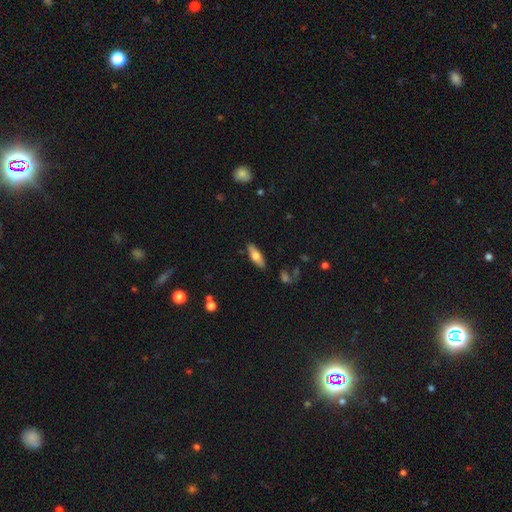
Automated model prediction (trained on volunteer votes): Smooth or featured?
  - smooth: 66% *
  - featured or disk: 27%
  - star or artifact: 6%
How rounded?
  - in between: 61% *
  - cigar-shaped: 36%
  - round: 2%
Merging?
  - none: 86% *
  - minor disturbance: 10%
  - major disturbance: 2%
  - merger: 2%